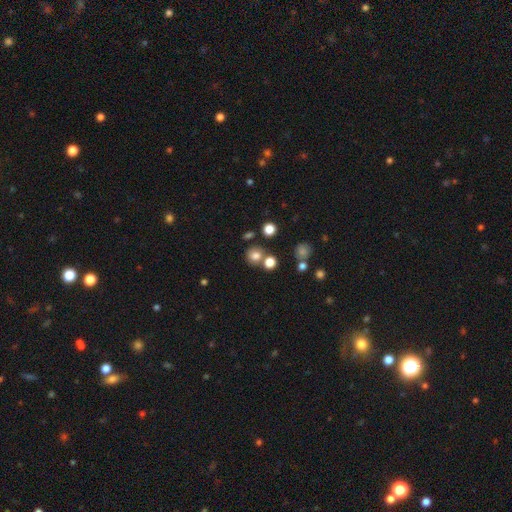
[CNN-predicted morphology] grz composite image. It shows a smooth galaxy with no disk features (77%) that is round (86%). Merging: none (69%).